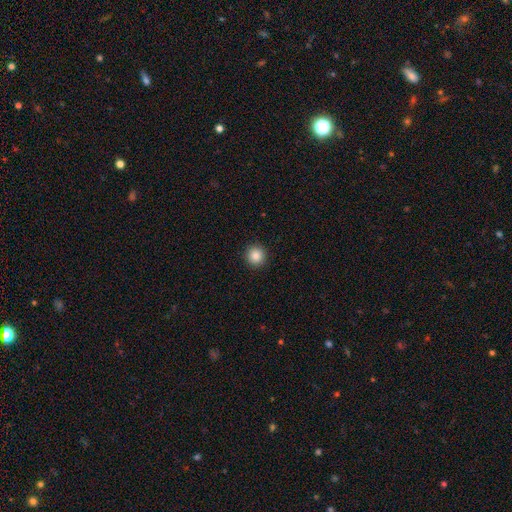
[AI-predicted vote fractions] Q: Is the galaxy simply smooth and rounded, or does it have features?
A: smooth — 87%.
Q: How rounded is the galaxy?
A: round — 94%.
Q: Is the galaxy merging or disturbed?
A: none — 92%.